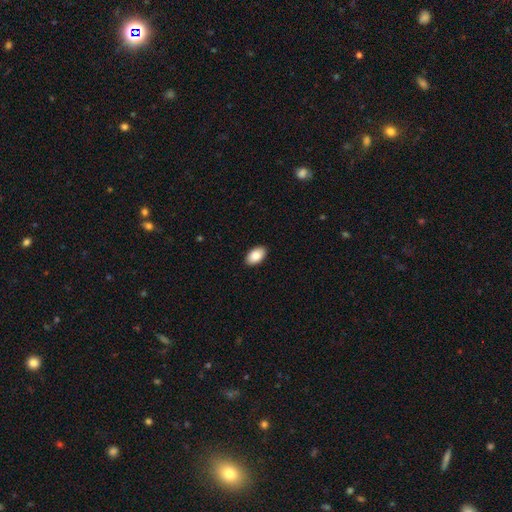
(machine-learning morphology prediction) Smooth or featured? smooth (88%)
How rounded? in between (94%)
Merging? none (90%)